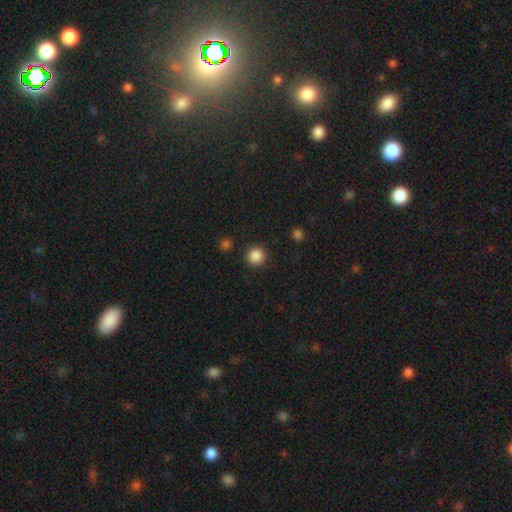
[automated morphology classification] Smooth or featured: smooth — 87% (star or artifact — 10%)
How rounded: round — 94% (in between — 5%)
Merging: none — 91% (minor disturbance — 5%)